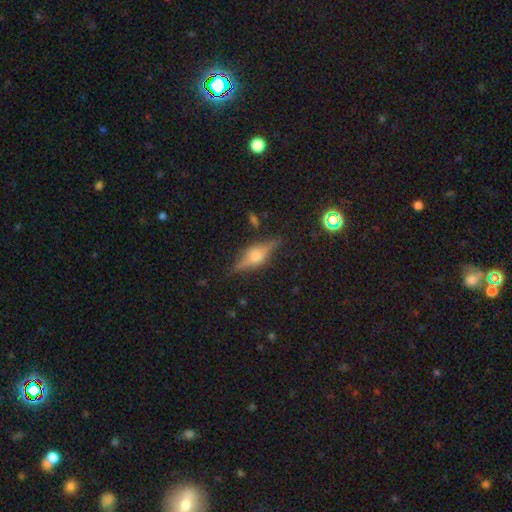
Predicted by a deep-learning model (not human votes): Smooth or featured: featured or disk — 69% (smooth — 22%)
Edge-on disk: yes — 94% (no — 6%)
Edge-on bulge: rounded — 83% (boxy — 15%)
Merging: none — 80% (minor disturbance — 14%)